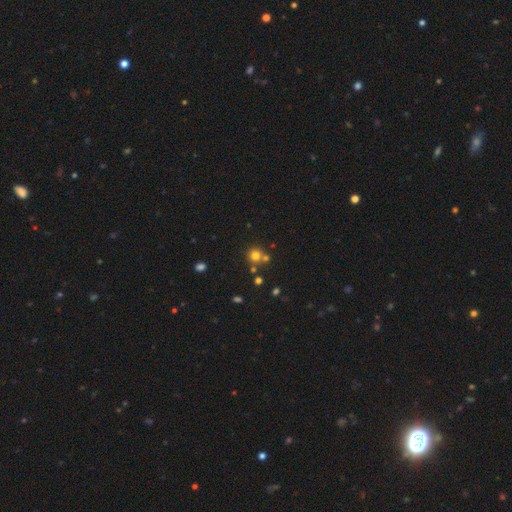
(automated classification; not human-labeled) Morphology: type=smooth (72%); roundness=round (91%); merging=none (64%).